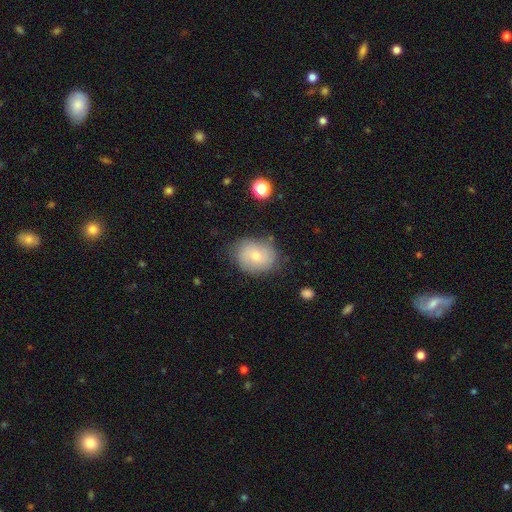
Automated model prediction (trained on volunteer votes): Morphology: type=smooth (63%); roundness=round (50%); merging=none (71%).